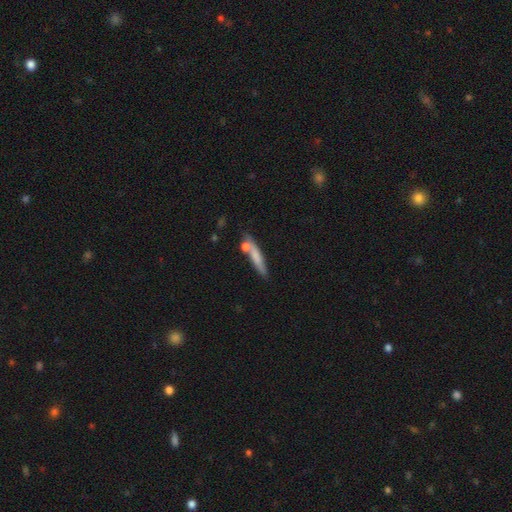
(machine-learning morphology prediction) Q: Smooth or featured?
A: smooth (67%); runner-up: featured or disk (26%)
Q: How rounded?
A: cigar-shaped (86%); runner-up: in between (11%)
Q: Merging?
A: none (65%); runner-up: minor disturbance (16%)